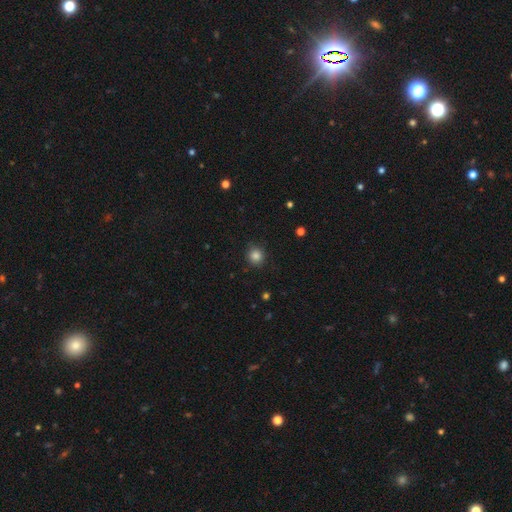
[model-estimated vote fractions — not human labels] Smooth or featured? Predicted: smooth (p=0.84). How rounded? Predicted: round (p=0.91). Merging? Predicted: none (p=0.90).